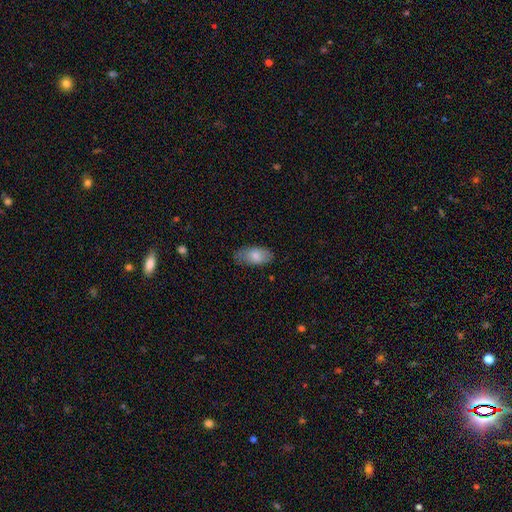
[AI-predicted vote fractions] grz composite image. It shows a smooth galaxy with no disk features (79%) that is in between round and cigar-shaped (93%). Merging: none (75%).